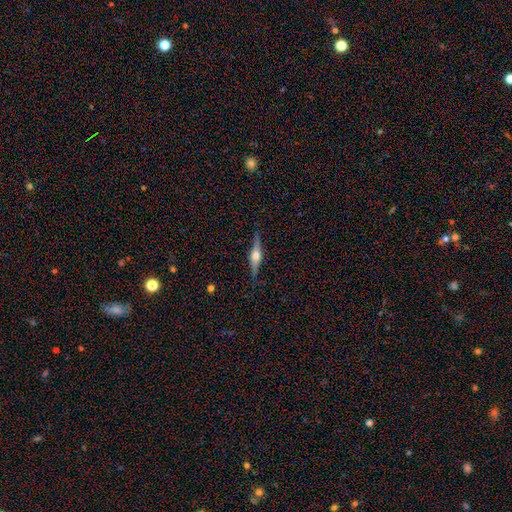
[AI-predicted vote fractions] This is likely a featured or disk galaxy (74%). It is clearly viewed edge-on (98%). Edge-on bulge: clearly rounded (91%). Merging: clearly none (88%).